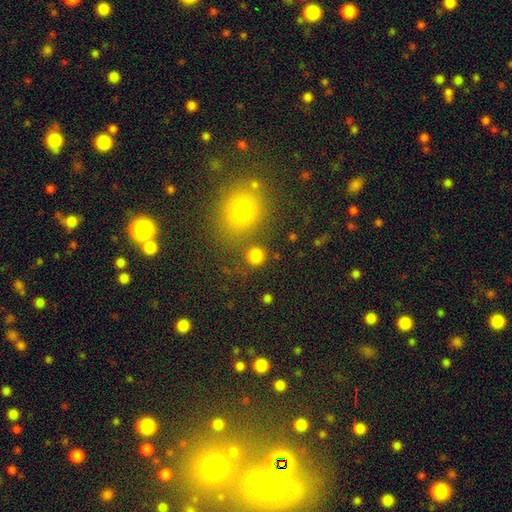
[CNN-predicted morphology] Smooth or featured? smooth (82%)
How rounded? round (92%)
Merging? none (81%)